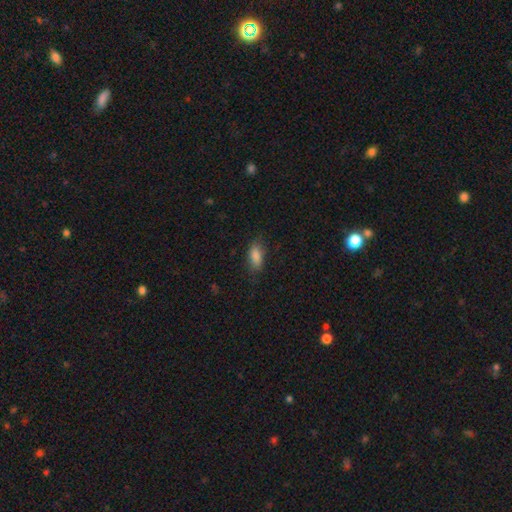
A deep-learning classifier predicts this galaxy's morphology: smooth 85%, star or artifact 8%, featured or disk 7%. Down the decision tree: how rounded — in between (83%); merging — none (77%).